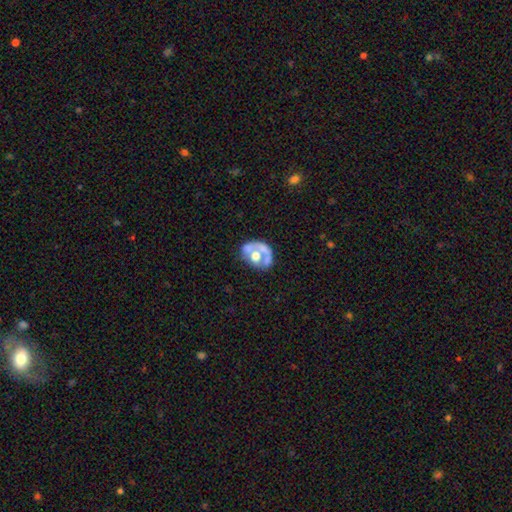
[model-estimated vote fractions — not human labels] Q: Smooth or featured?
A: featured or disk (57%); runner-up: smooth (35%)
Q: Edge-on disk?
A: no (97%); runner-up: yes (3%)
Q: Bar?
A: no (89%); runner-up: weak (8%)
Q: Spiral arms?
A: no (80%); runner-up: yes (20%)
Q: Bulge size?
A: moderate (54%); runner-up: large (24%)
Q: Merging?
A: merger (33%); runner-up: none (28%)